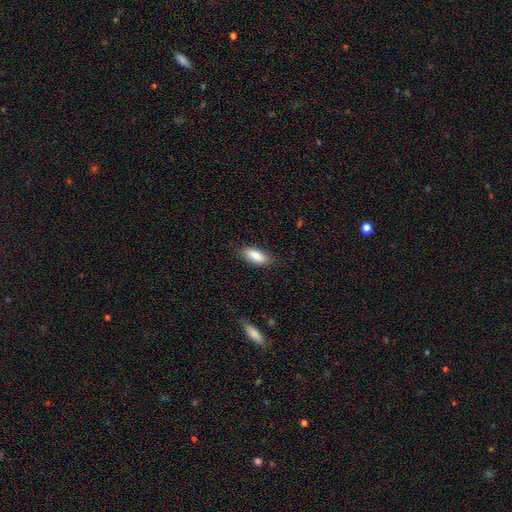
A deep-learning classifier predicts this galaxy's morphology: Smooth or featured?
  - smooth: 86% *
  - featured or disk: 7%
  - star or artifact: 6%
How rounded?
  - in between: 84% *
  - cigar-shaped: 13%
  - round: 2%
Merging?
  - none: 80% *
  - minor disturbance: 15%
  - major disturbance: 3%
  - merger: 1%